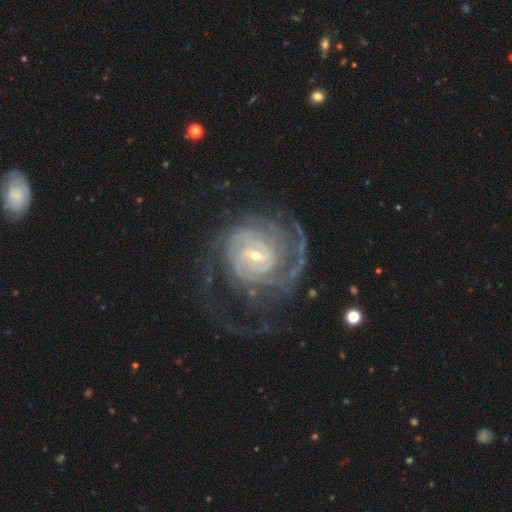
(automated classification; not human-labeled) Smooth or featured: featured or disk — 90% (star or artifact — 5%)
Edge-on disk: no — 97% (yes — 3%)
Bar: weak — 45% (no — 36%)
Spiral arms: yes — 97% (no — 3%)
Spiral winding: tight — 67% (medium — 26%)
Spiral arm count: can't tell — 27% (2 — 26%)
Bulge size: small — 67% (moderate — 29%)
Merging: none — 56% (major disturbance — 26%)